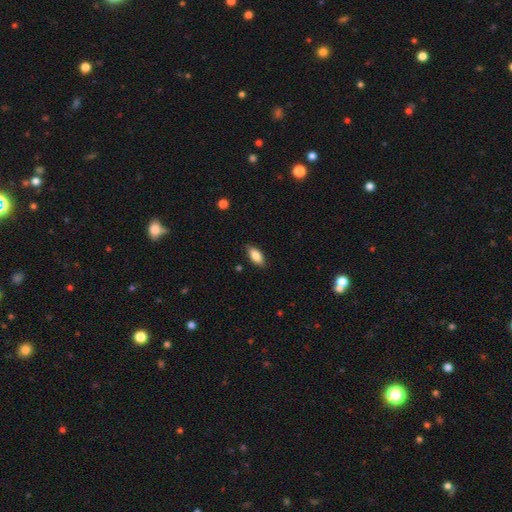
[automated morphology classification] Overall: smooth (85%). How rounded: in between (86%). Merging: none (82%).